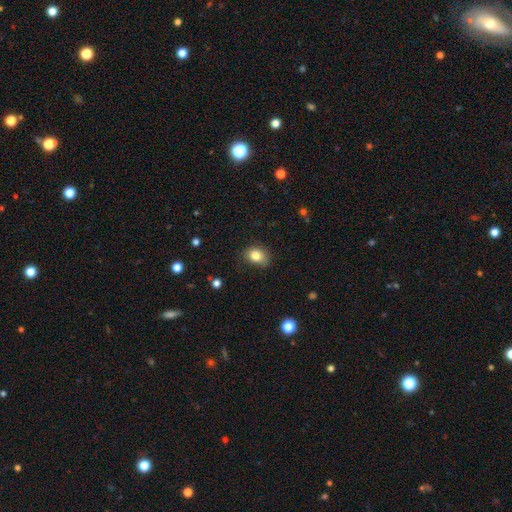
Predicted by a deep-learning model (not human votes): The model was most divided on "how rounded": in between: 57%, round: 42%, cigar-shaped: 1%. More confident: smooth or featured — smooth (82%); merging — none (78%).